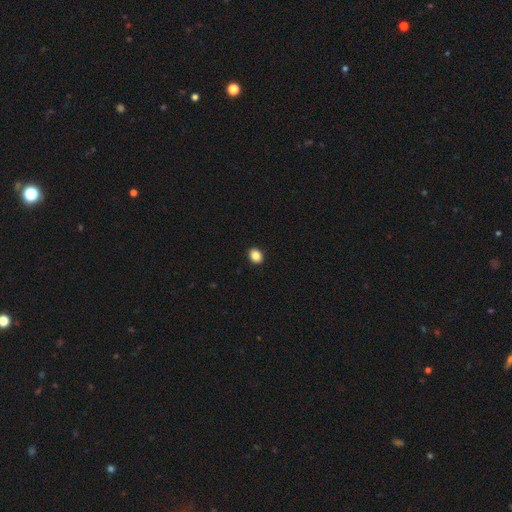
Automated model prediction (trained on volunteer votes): This appears to be a smooth galaxy with no disk features (87%) that is in between round and cigar-shaped (50%). Merging: none (92%).